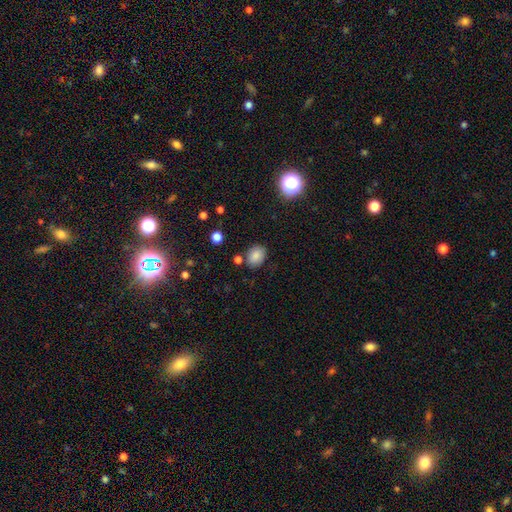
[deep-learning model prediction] Q: Smooth or featured?
A: smooth (83%); runner-up: star or artifact (12%)
Q: How rounded?
A: in between (60%); runner-up: round (39%)
Q: Merging?
A: none (79%); runner-up: minor disturbance (12%)